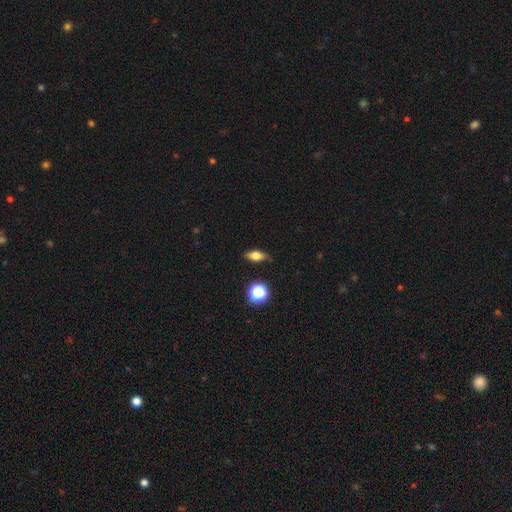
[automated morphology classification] Smooth or featured?
  - smooth: 63% *
  - featured or disk: 26%
  - star or artifact: 11%
How rounded?
  - in between: 69% *
  - cigar-shaped: 20%
  - round: 11%
Merging?
  - none: 83% *
  - minor disturbance: 13%
  - major disturbance: 3%
  - merger: 2%